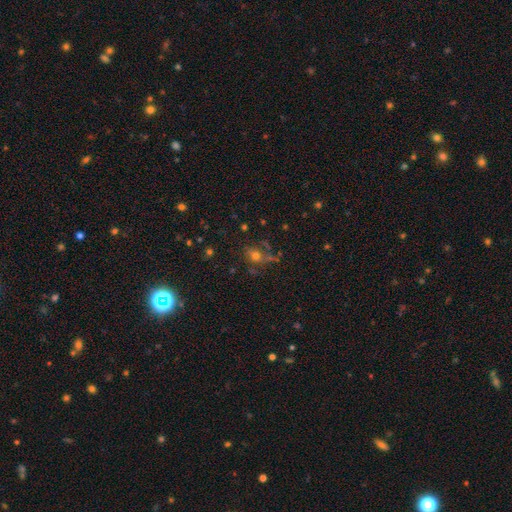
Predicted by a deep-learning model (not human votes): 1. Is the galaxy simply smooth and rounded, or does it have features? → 54% smooth, 25% star or artifact, 20% featured or disk.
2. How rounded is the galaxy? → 62% round, 36% in between, 2% cigar-shaped.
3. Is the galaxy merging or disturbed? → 52% none, 20% minor disturbance, 18% major disturbance, 10% merger.